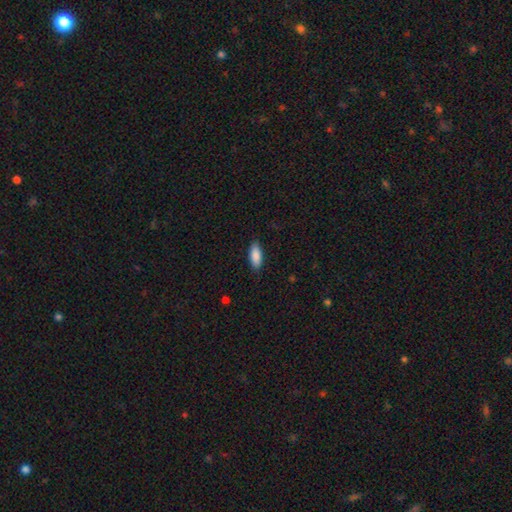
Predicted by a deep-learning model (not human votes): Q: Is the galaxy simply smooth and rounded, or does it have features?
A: smooth — 88%.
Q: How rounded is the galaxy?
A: in between — 78%.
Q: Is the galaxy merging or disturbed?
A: none — 86%.